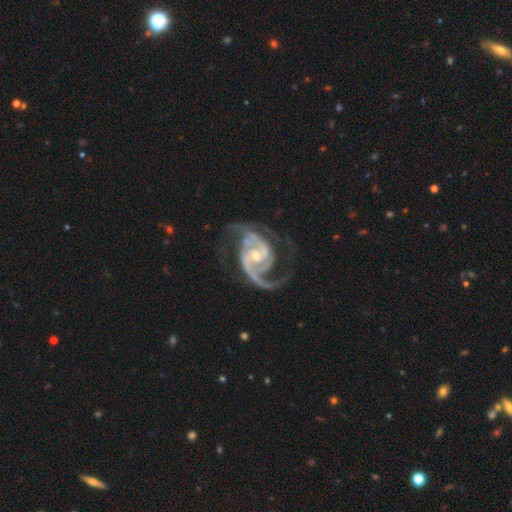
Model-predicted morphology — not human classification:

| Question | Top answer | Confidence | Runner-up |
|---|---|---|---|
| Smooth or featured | featured or disk | 94% | star or artifact (4%) |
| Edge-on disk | no | 98% | yes (2%) |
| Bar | no | 45% | weak (37%) |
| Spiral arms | yes | 99% | no (1%) |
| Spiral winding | medium | 61% | tight (24%) |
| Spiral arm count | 2 | 80% | 3 (11%) |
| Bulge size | small | 51% | moderate (46%) |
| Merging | none | 68% | minor disturbance (17%) |